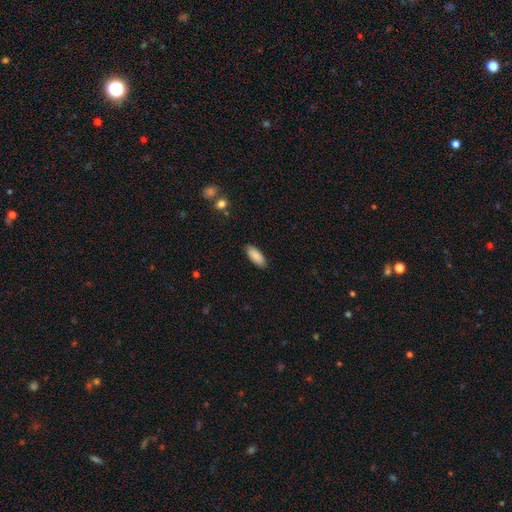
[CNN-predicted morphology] Smooth or featured? smooth (88%)
How rounded? in between (81%)
Merging? none (88%)